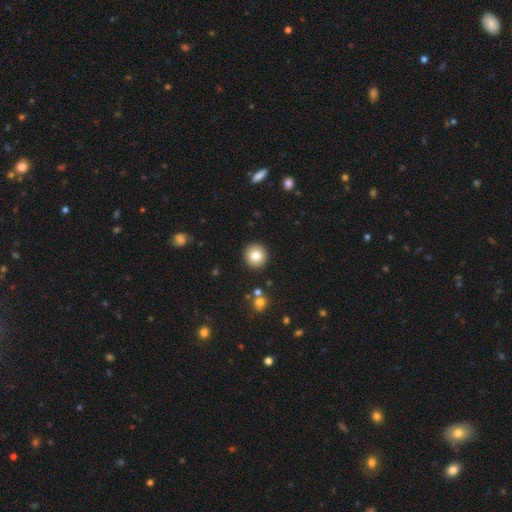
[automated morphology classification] smooth-or-featured: smooth: 80% | star or artifact: 10% | featured or disk: 9%
  how-rounded: round: 94% | in between: 5% | cigar-shaped: 1%
  merging: none: 91% | minor disturbance: 5% | merger: 2% | major disturbance: 2%